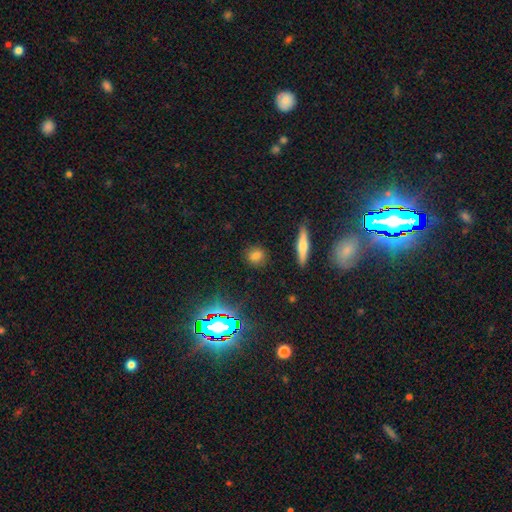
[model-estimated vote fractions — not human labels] smooth-or-featured: smooth: 74% | star or artifact: 17% | featured or disk: 9%
  how-rounded: round: 76% | in between: 20% | cigar-shaped: 4%
  merging: none: 88% | minor disturbance: 8% | major disturbance: 2% | merger: 2%